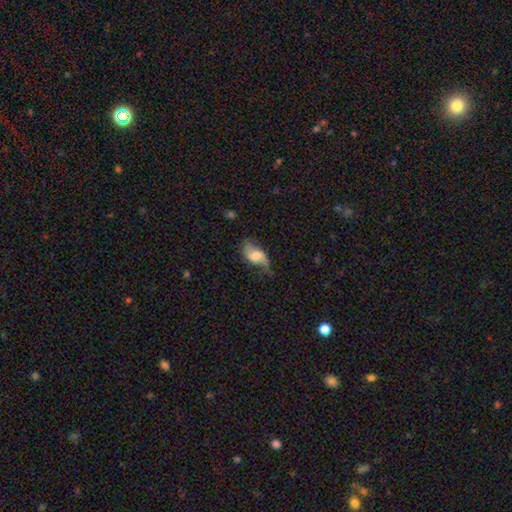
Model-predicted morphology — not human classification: smooth-or-featured: smooth: 47% | featured or disk: 45% | star or artifact: 8%
  merging: none: 48% | minor disturbance: 32% | major disturbance: 17% | merger: 2%